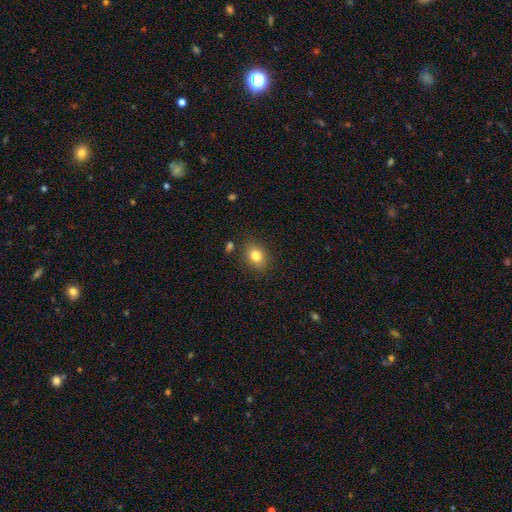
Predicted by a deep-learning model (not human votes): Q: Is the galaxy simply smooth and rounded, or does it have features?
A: smooth — 82%.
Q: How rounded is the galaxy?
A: in between — 59%.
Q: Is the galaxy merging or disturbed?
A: none — 84%.